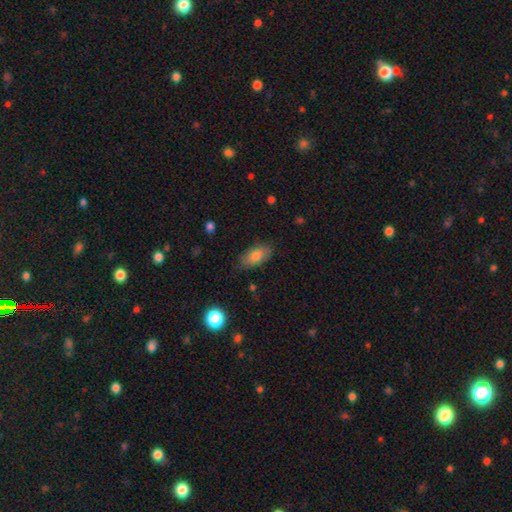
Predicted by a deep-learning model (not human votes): Smooth or featured: smooth — 77% (featured or disk — 16%)
How rounded: in between — 91% (cigar-shaped — 5%)
Merging: none — 80% (minor disturbance — 15%)